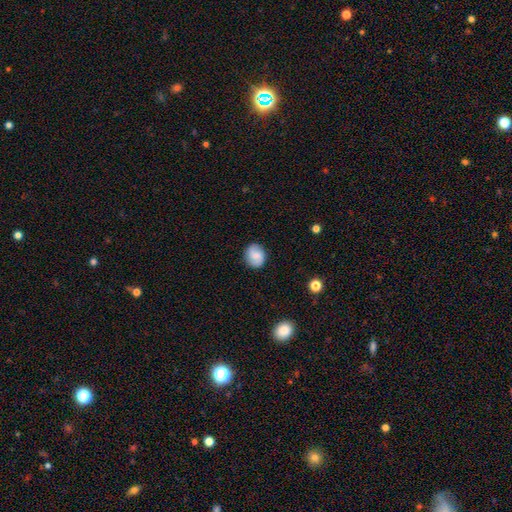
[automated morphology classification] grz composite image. It shows a smooth galaxy with no disk features (68%) that is round (70%). Merging: none (84%).